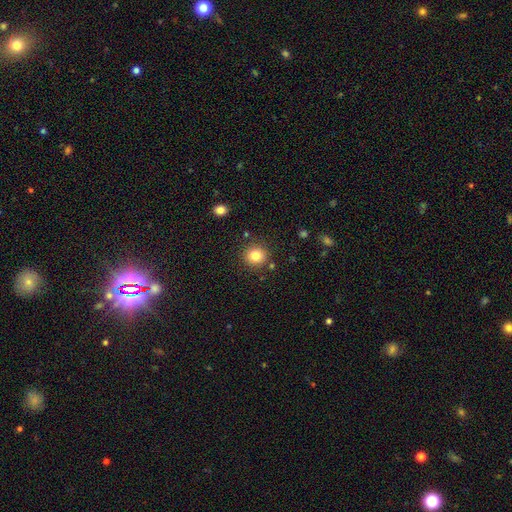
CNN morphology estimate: This is clearly a smooth galaxy (82%). How rounded: clearly round (91%). Merging: clearly none (87%).